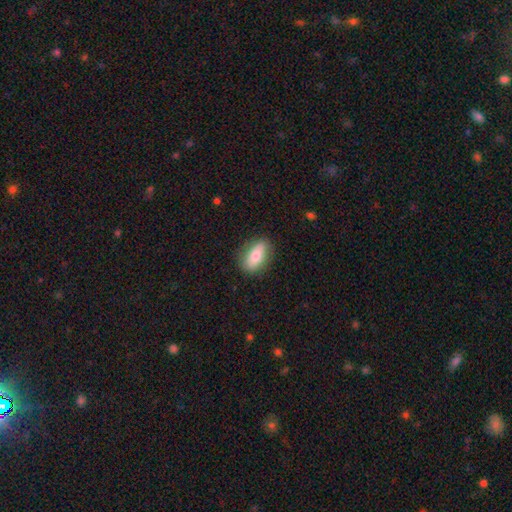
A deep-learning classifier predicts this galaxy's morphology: Overall: smooth (70%). How rounded: in between (82%). Merging: none (83%).